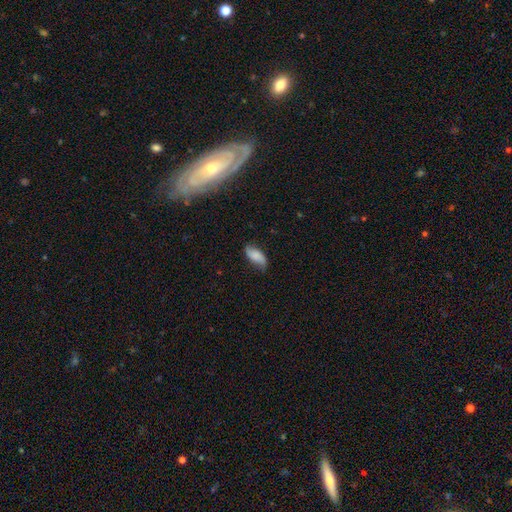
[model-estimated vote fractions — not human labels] This is likely a smooth galaxy (67%). How rounded: clearly in between (87%). Merging: likely none (68%).